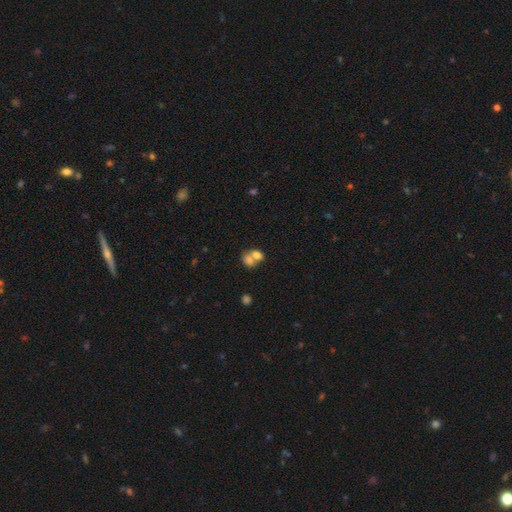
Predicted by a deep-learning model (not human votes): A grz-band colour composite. It shows a smooth galaxy with no disk features (74%) that is in between round and cigar-shaped (68%). Merging: merger (67%).